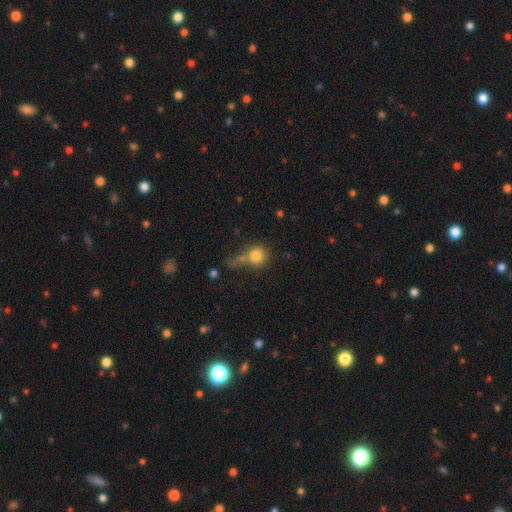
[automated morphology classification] A smooth galaxy with no disk features (79%) that is round (86%).

Vote fractions:
- Smooth or featured? smooth: 79% / star or artifact: 11% / featured or disk: 10%
- How rounded? round: 86% / in between: 12% / cigar-shaped: 2%
- Merging? none: 41% / merger: 31% / minor disturbance: 14% / major disturbance: 13%